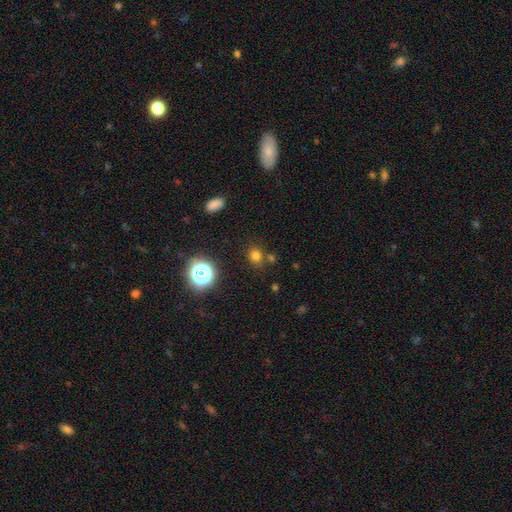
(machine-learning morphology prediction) smooth_or_featured: smooth (p=0.73) [alt: star or artifact p=0.21]
how_rounded: round (p=0.69) [alt: in between p=0.30]
merging: none (p=0.78) [alt: minor disturbance p=0.11]